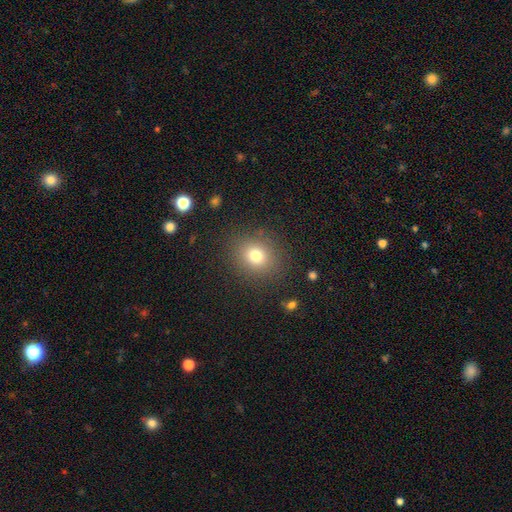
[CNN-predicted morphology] This appears to be a smooth galaxy with no disk features (76%) that is round (75%). Merging: none (86%).